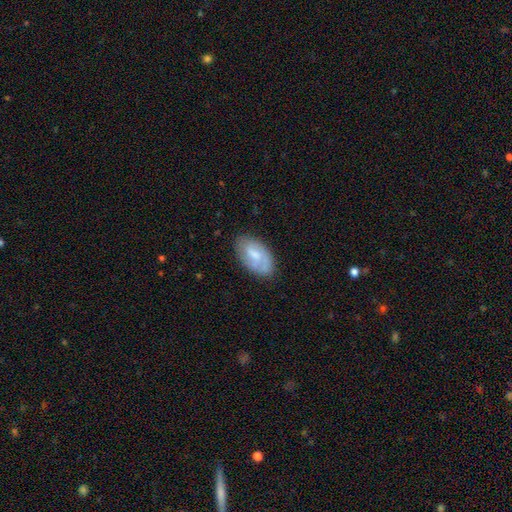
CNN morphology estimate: Smooth or featured? Predicted: smooth (p=0.49). Merging? Predicted: none (p=0.73).